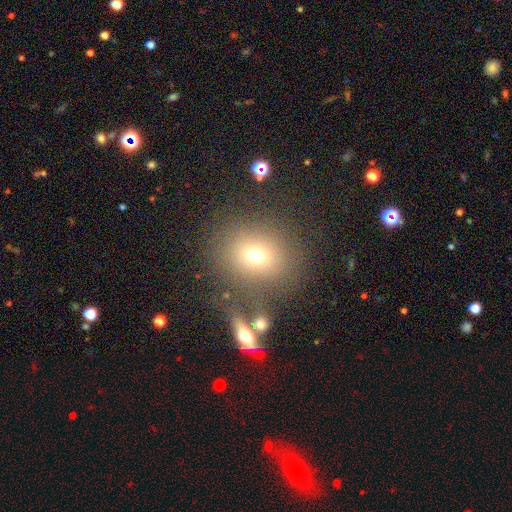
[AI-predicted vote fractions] Morphology: type=smooth (69%); roundness=round (73%); merging=none (72%).